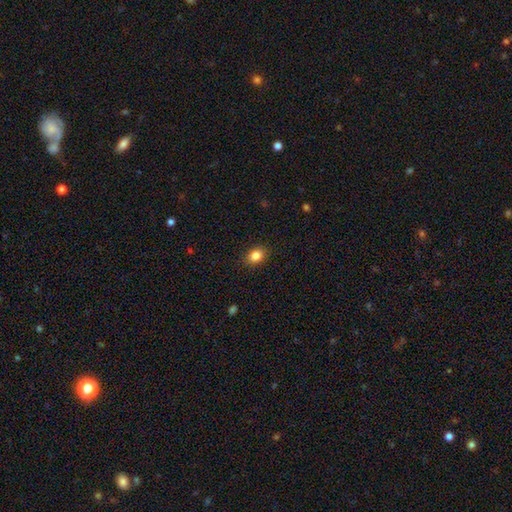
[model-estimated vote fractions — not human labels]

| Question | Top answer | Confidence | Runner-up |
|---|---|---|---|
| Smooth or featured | smooth | 85% | star or artifact (10%) |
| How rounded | in between | 62% | round (37%) |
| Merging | none | 89% | minor disturbance (8%) |